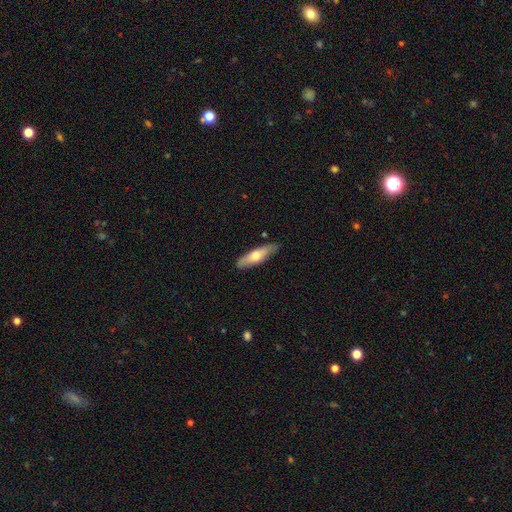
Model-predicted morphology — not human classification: Overall: smooth (60%; featured or disk 35%). How rounded: cigar-shaped (61%; in between 37%). Merging: none (83%).